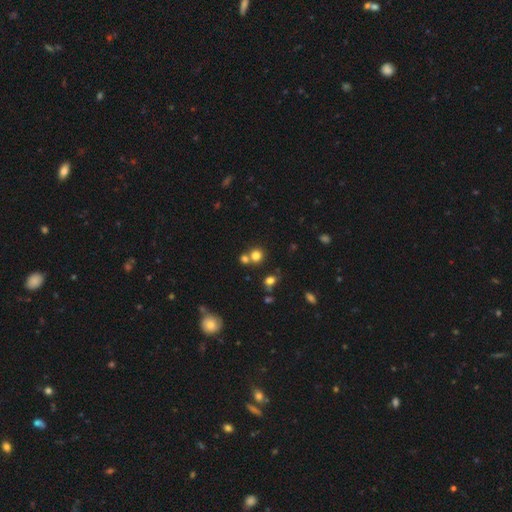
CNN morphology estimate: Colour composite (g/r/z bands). It shows a smooth galaxy with no disk features (76%) that is round (86%). Merging: none (58%).